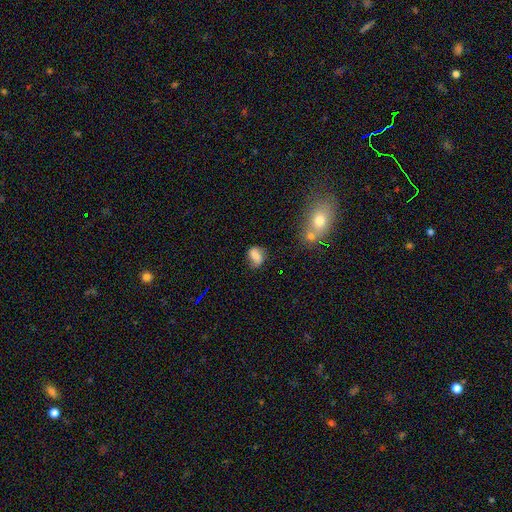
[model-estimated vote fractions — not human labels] Overall: smooth (66%). How rounded: in between (67%; round 29%). Merging: none (67%).